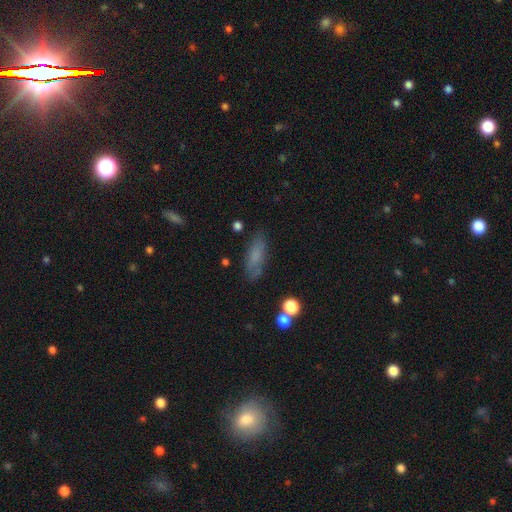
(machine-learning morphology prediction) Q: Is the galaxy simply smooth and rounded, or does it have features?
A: smooth — 71%.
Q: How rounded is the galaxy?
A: in between — 60%.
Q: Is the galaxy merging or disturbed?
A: none — 73%.